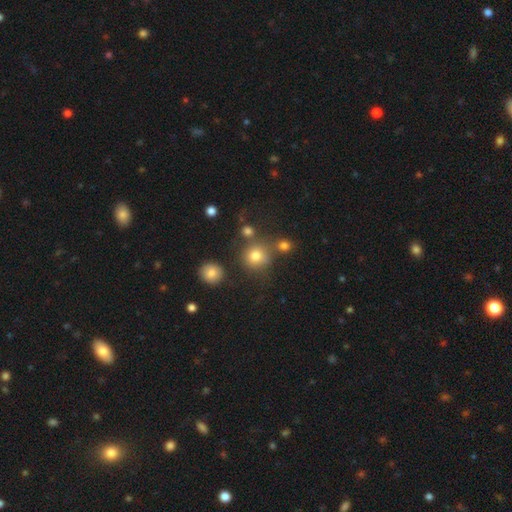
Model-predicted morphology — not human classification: Overall: smooth (78%). How rounded: round (90%). Merging: none (68%).